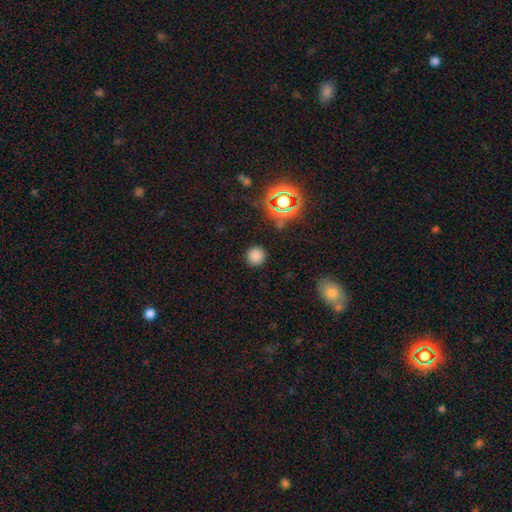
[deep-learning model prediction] Smooth or featured?
  - smooth: 77% *
  - star or artifact: 18%
  - featured or disk: 5%
How rounded?
  - round: 93% *
  - in between: 6%
  - cigar-shaped: 1%
Merging?
  - none: 89% *
  - minor disturbance: 7%
  - major disturbance: 3%
  - merger: 2%